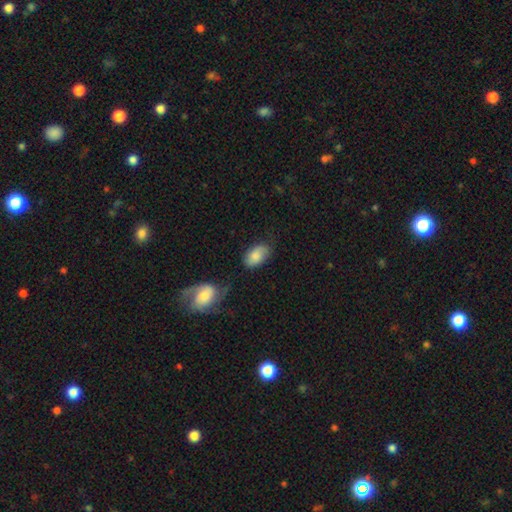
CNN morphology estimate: The model was most divided on "merging": none: 65%, minor disturbance: 23%, major disturbance: 7%, merger: 5%. More confident: how rounded — in between (91%); smooth or featured — smooth (74%).